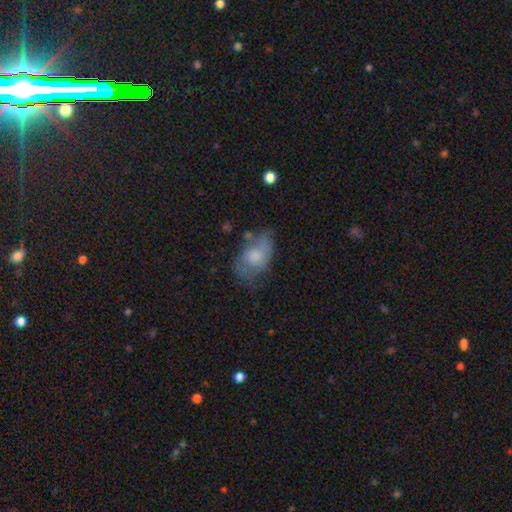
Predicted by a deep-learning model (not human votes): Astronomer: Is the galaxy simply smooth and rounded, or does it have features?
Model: smooth — 53% (runner-up: featured or disk, 39%).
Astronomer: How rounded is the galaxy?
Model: in between — 86%.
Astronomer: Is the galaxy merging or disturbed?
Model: none — 42% (runner-up: minor disturbance, 33%).